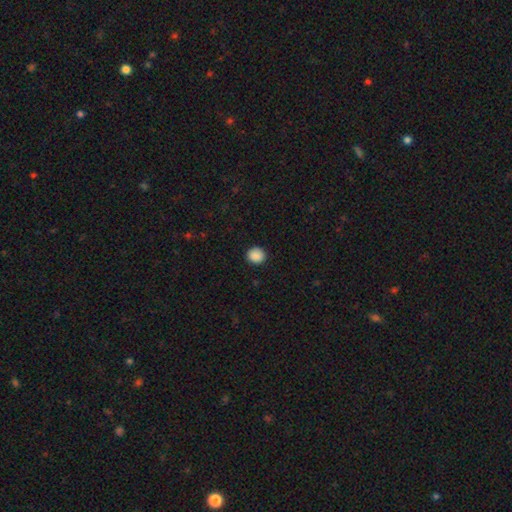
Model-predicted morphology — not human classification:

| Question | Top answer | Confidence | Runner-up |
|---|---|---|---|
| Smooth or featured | smooth | 89% | star or artifact (9%) |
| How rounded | round | 84% | in between (16%) |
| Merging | none | 91% | minor disturbance (6%) |